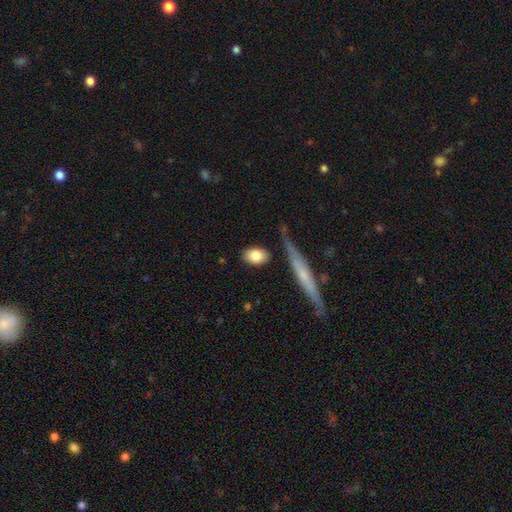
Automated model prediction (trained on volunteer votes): smooth-or-featured: smooth: 81% | featured or disk: 12% | star or artifact: 6%
  how-rounded: in between: 81% | round: 15% | cigar-shaped: 4%
  merging: none: 79% | minor disturbance: 12% | merger: 5% | major disturbance: 4%